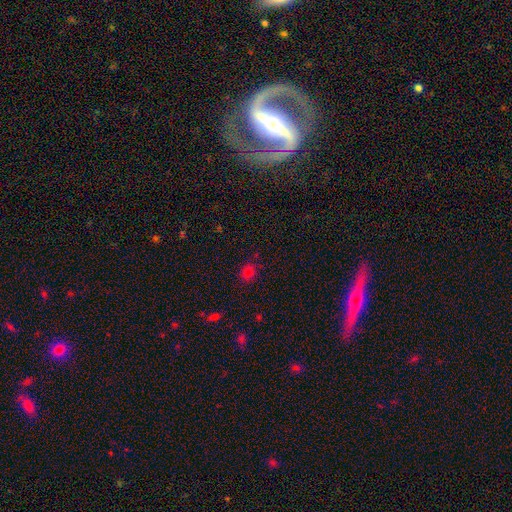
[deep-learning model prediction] This is likely a smooth galaxy (72%). How rounded: likely round (68%). Merging: clearly none (82%).